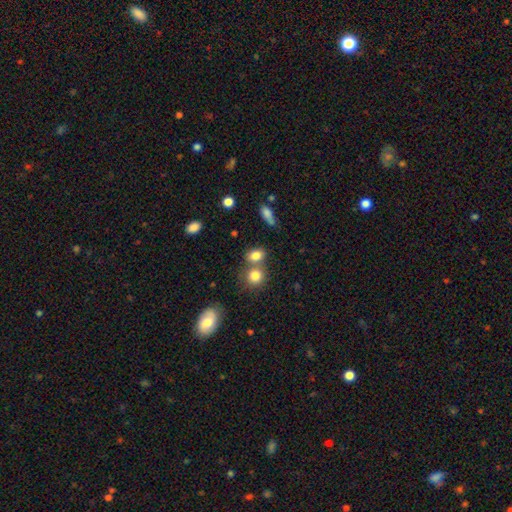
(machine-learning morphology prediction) Smooth or featured? Predicted: smooth (p=0.81). How rounded? Predicted: in between (p=0.55). Merging? Predicted: none (p=0.50).